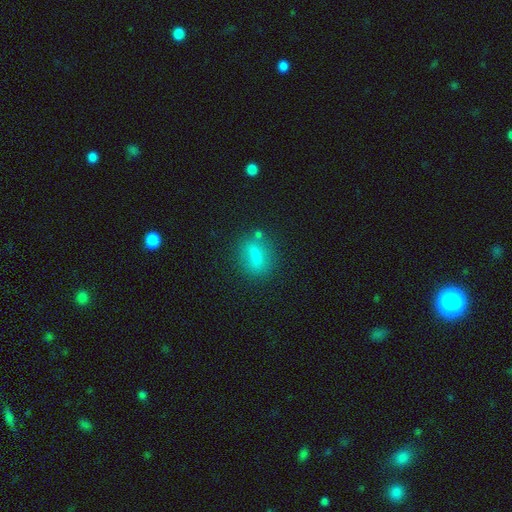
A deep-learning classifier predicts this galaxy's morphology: Smooth or featured?
  - smooth: 71% *
  - featured or disk: 16%
  - star or artifact: 13%
How rounded?
  - in between: 55% *
  - round: 27%
  - cigar-shaped: 18%
Merging?
  - none: 68% *
  - minor disturbance: 17%
  - major disturbance: 8%
  - merger: 7%